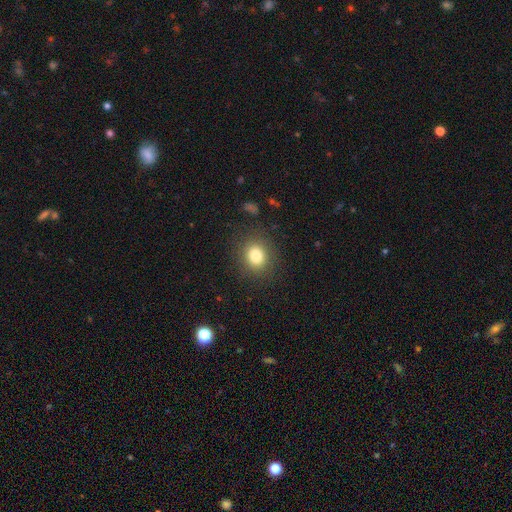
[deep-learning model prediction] A smooth galaxy with no disk features (81%) that is round (71%).

Vote fractions:
- Smooth or featured? smooth: 81% / star or artifact: 11% / featured or disk: 8%
- How rounded? round: 71% / in between: 28% / cigar-shaped: 1%
- Merging? none: 86% / minor disturbance: 9% / major disturbance: 4% / merger: 1%